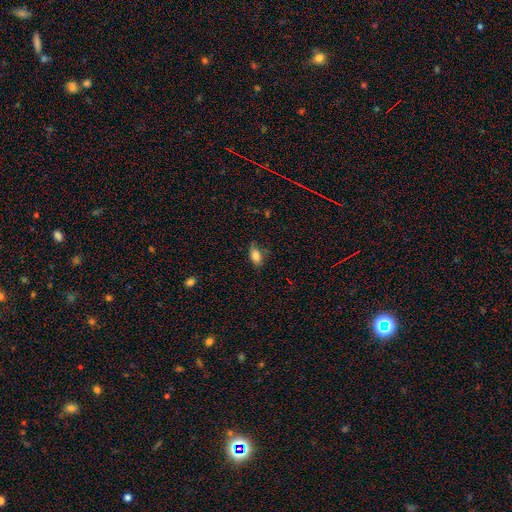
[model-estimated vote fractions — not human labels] smooth 82%, featured or disk 9%, star or artifact 9%. Down the decision tree: how rounded — in between (88%); merging — none (63%).